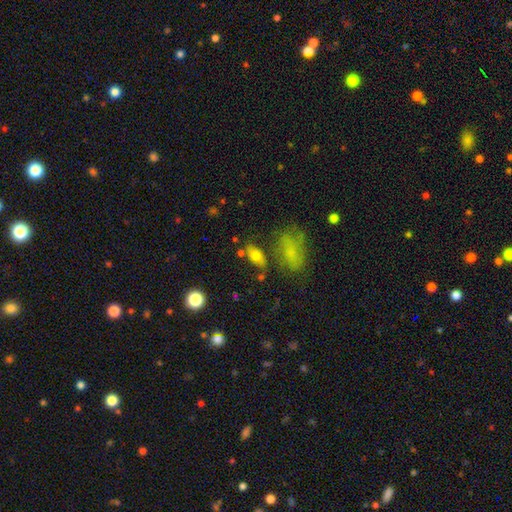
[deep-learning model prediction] This is likely a smooth galaxy (71%). How rounded: clearly in between (84%). Merging: likely none (64%).